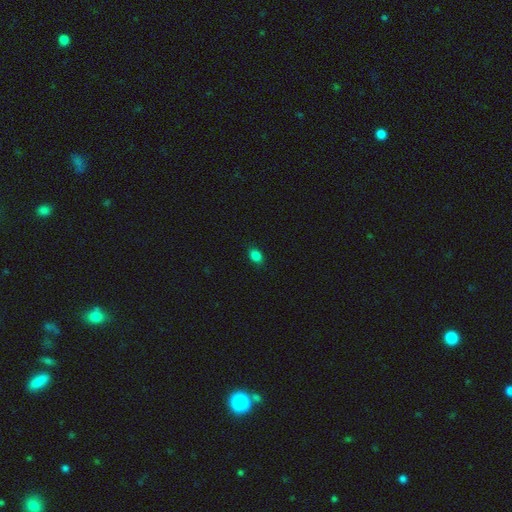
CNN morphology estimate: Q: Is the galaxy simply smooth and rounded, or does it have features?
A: smooth — 83%.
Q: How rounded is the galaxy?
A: in between — 77%.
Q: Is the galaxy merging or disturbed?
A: none — 86%.